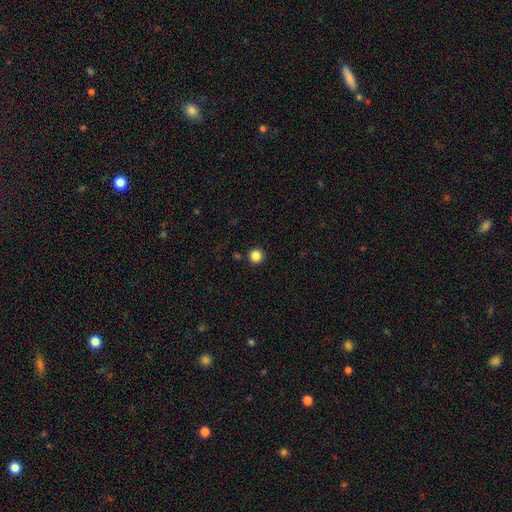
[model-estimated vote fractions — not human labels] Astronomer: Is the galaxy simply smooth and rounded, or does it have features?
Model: smooth — 85%.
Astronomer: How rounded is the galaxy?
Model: round — 96%.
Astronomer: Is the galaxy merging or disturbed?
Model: none — 92%.